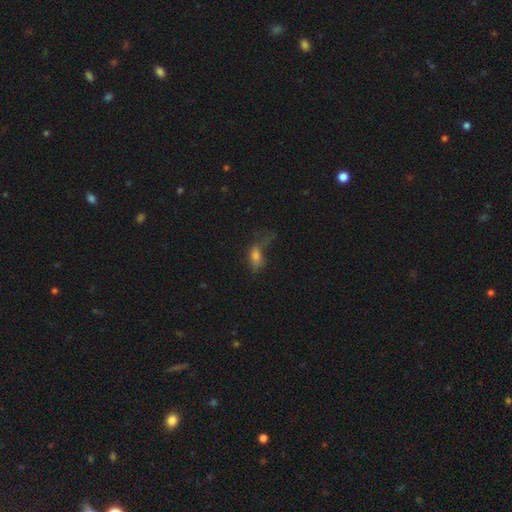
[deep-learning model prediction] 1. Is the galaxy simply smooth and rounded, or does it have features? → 63% smooth, 21% featured or disk, 16% star or artifact.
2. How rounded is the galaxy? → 75% in between, 17% cigar-shaped, 8% round.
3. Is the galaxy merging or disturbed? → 37% major disturbance, 33% none, 26% minor disturbance, 4% merger.